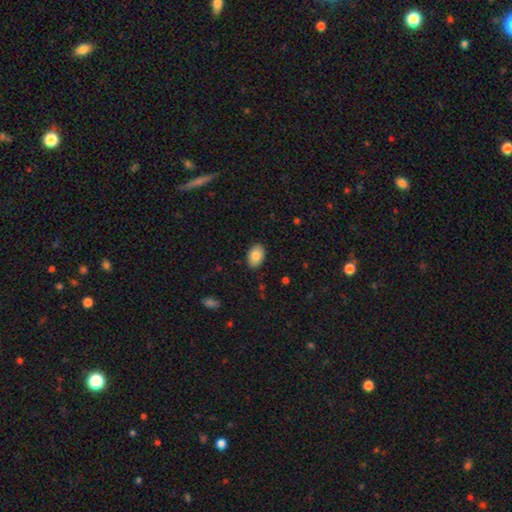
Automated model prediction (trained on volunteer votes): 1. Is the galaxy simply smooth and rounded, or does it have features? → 87% smooth, 7% star or artifact, 6% featured or disk.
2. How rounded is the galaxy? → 90% in between, 9% round, 1% cigar-shaped.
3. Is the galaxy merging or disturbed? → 88% none, 9% minor disturbance, 2% major disturbance, 1% merger.